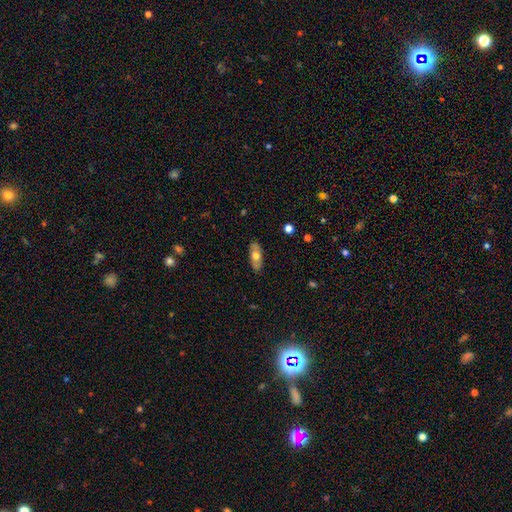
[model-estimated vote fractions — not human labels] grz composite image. It shows a smooth galaxy with no disk features (57%) that is in between round and cigar-shaped (82%). Merging: none (85%).